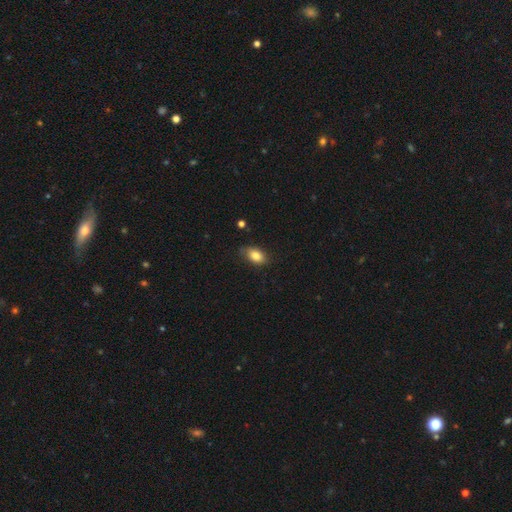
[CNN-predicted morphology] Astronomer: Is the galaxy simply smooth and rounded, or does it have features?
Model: smooth — 83%.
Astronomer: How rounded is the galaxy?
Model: in between — 88%.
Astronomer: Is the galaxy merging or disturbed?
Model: none — 77%.